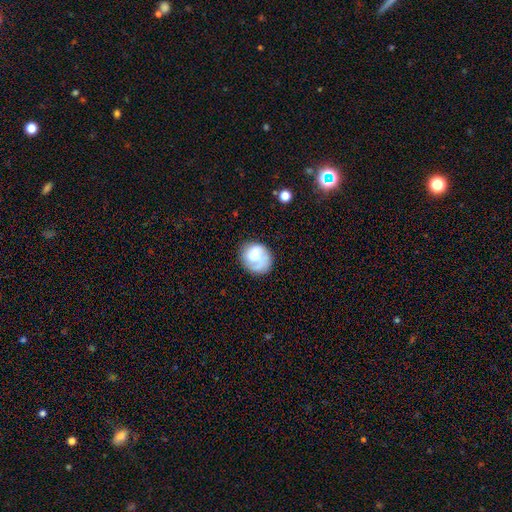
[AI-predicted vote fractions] Smooth or featured?
  - smooth: 63% *
  - featured or disk: 29%
  - star or artifact: 8%
How rounded?
  - round: 72% *
  - in between: 27%
  - cigar-shaped: 1%
Merging?
  - none: 63% *
  - minor disturbance: 21%
  - major disturbance: 13%
  - merger: 3%